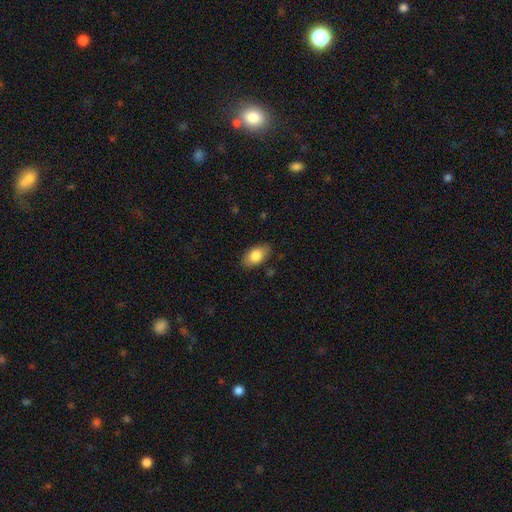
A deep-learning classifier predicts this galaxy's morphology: type=smooth (82%); roundness=in between (92%); merging=none (85%).